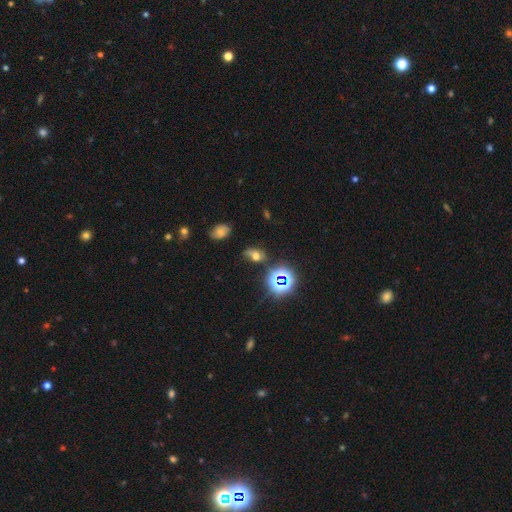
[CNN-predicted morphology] smooth_or_featured: smooth (p=0.44) [alt: star or artifact p=0.35]
merging: none (p=0.53) [alt: minor disturbance p=0.24]